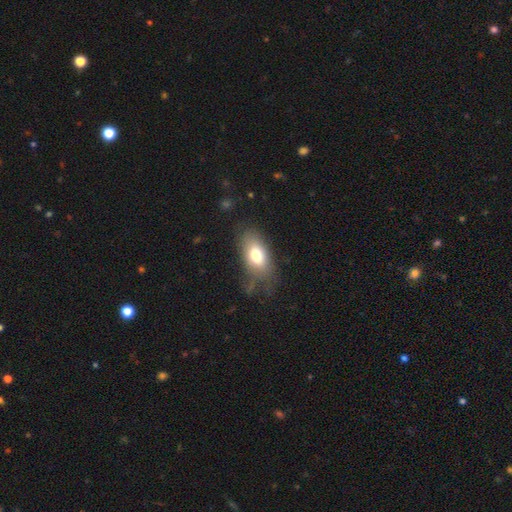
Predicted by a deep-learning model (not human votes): smooth 73%, featured or disk 19%, star or artifact 9%. Down the decision tree: how rounded — in between (89%); merging — none (64%).